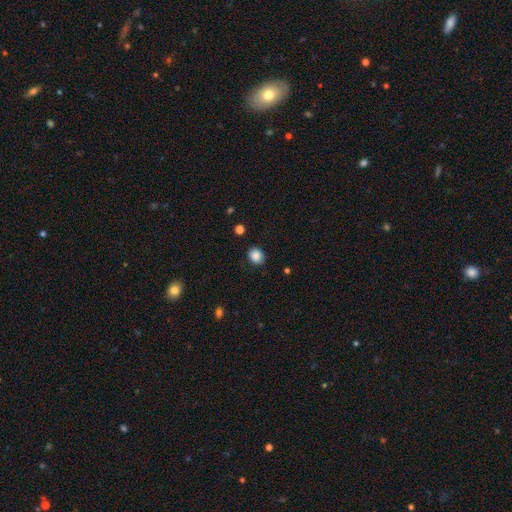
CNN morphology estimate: Overall: smooth (86%). How rounded: round (65%; in between 34%). Merging: none (84%).